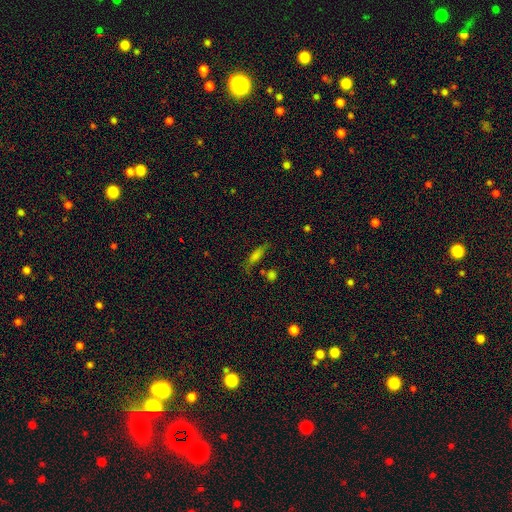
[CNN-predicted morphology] A smooth galaxy with no disk features (59%) that is cigar-shaped (58%). Merging: none (63%).